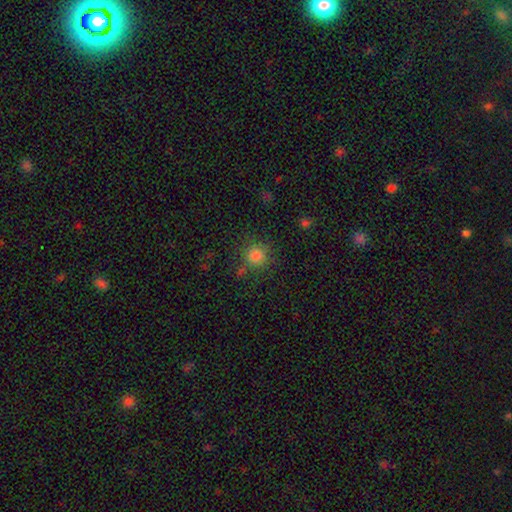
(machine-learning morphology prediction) A smooth galaxy with no disk features (81%) that is round (92%).

Vote fractions:
- Smooth or featured? smooth: 81% / star or artifact: 14% / featured or disk: 5%
- How rounded? round: 92% / in between: 7% / cigar-shaped: 1%
- Merging? none: 80% / minor disturbance: 11% / major disturbance: 4% / merger: 4%